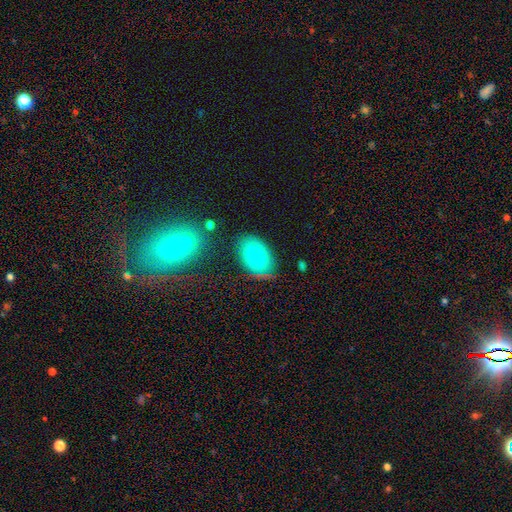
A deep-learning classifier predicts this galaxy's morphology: The model was most divided on "smooth or featured": smooth: 70%, featured or disk: 20%, star or artifact: 10%. More confident: how rounded — in between (85%); merging — none (72%).